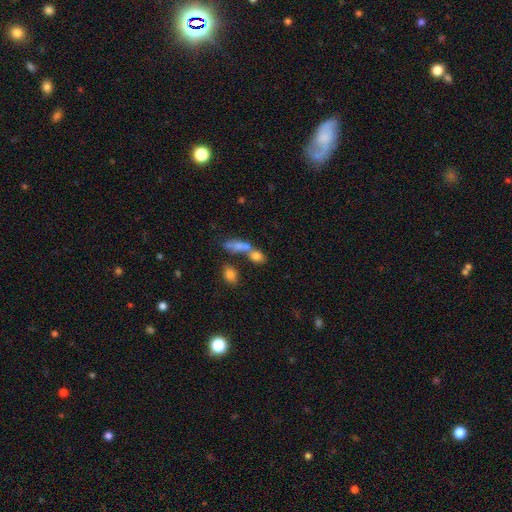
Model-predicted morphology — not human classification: This is possibly a smooth galaxy (52%). How rounded: marginally in between (43%). Merging: possibly none (48%).